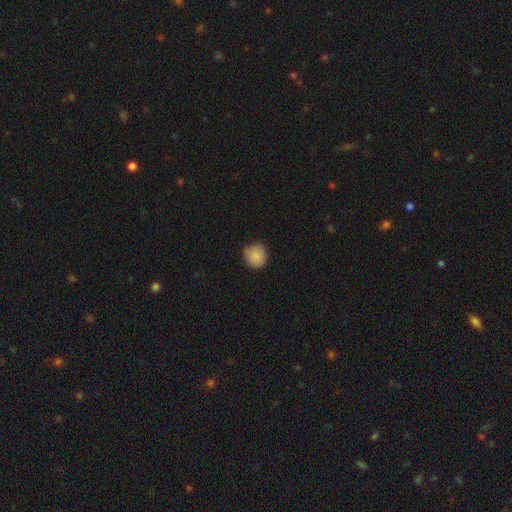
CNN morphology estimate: A smooth galaxy with no disk features (88%) that is round (91%).

Vote fractions:
- Smooth or featured? smooth: 88% / star or artifact: 8% / featured or disk: 4%
- How rounded? round: 91% / in between: 8% / cigar-shaped: 1%
- Merging? none: 83% / minor disturbance: 14% / major disturbance: 2% / merger: 1%